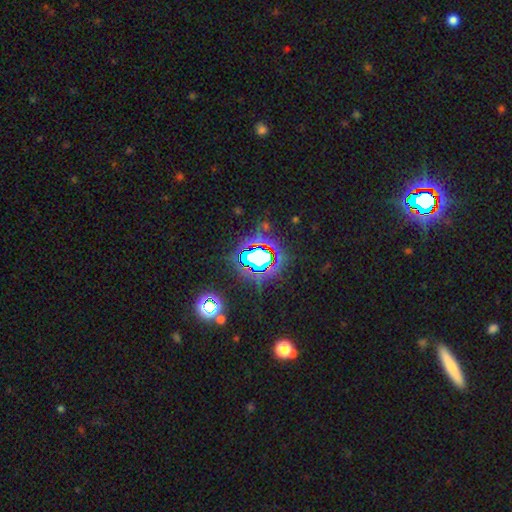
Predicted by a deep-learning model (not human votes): smooth-or-featured: star or artifact: 71% | smooth: 16% | featured or disk: 13%